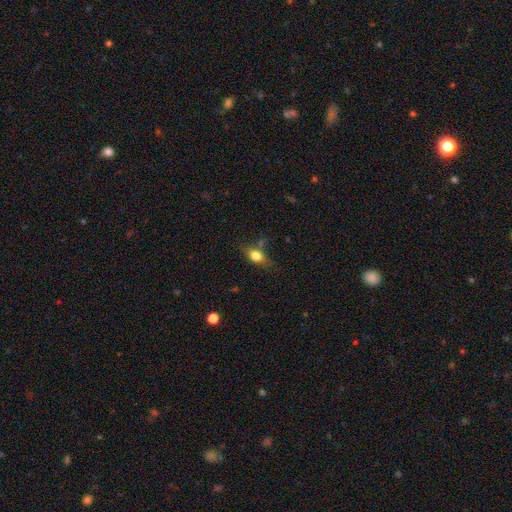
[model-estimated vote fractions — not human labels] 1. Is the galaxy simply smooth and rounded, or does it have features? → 71% smooth, 19% featured or disk, 10% star or artifact.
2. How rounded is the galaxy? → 71% in between, 17% round, 11% cigar-shaped.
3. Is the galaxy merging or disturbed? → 62% none, 23% minor disturbance, 8% major disturbance, 7% merger.